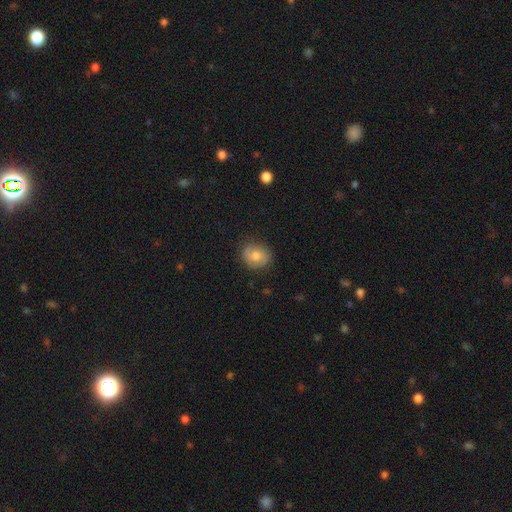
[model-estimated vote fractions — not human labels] This appears to be a smooth galaxy with no disk features (57%) that is round (69%). Merging: none (80%).